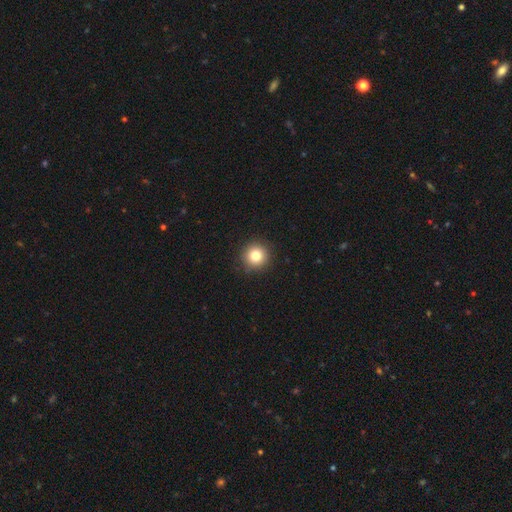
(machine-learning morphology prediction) Smooth or featured: smooth — 82% (star or artifact — 11%)
How rounded: round — 94% (in between — 5%)
Merging: none — 92% (minor disturbance — 6%)